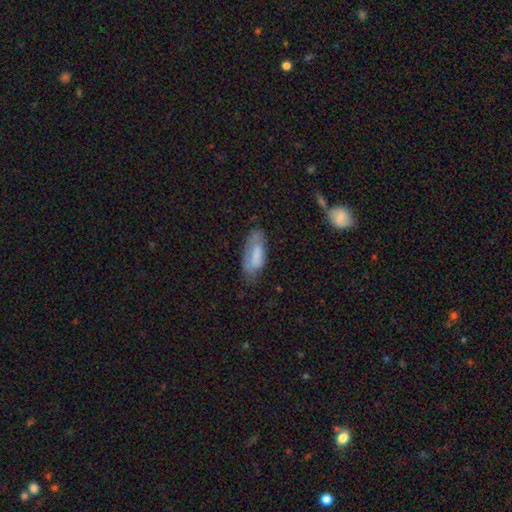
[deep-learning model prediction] smooth_or_featured: smooth (p=0.68) [alt: featured or disk p=0.24]
how_rounded: in between (p=0.76) [alt: cigar-shaped p=0.22]
merging: none (p=0.51) [alt: minor disturbance p=0.32]